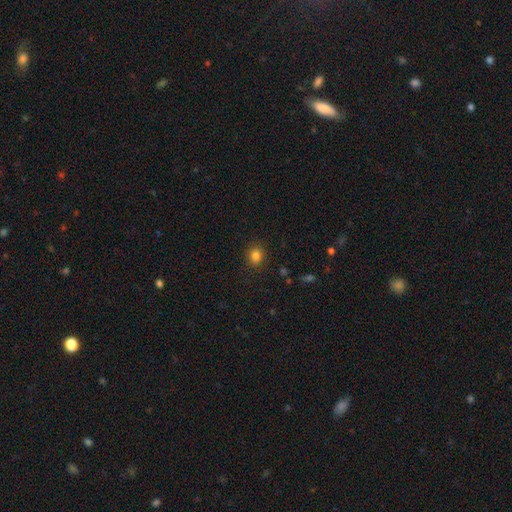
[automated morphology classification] smooth 83%, star or artifact 12%, featured or disk 5%. Down the decision tree: how rounded — round (67%); merging — none (89%).